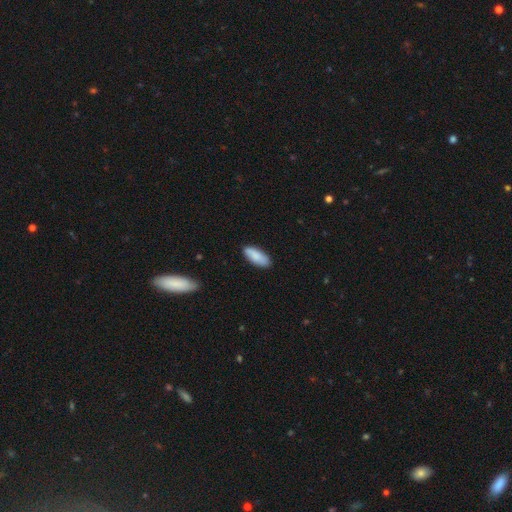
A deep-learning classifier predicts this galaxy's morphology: Overall: smooth (85%). How rounded: in between (79%). Merging: none (84%).